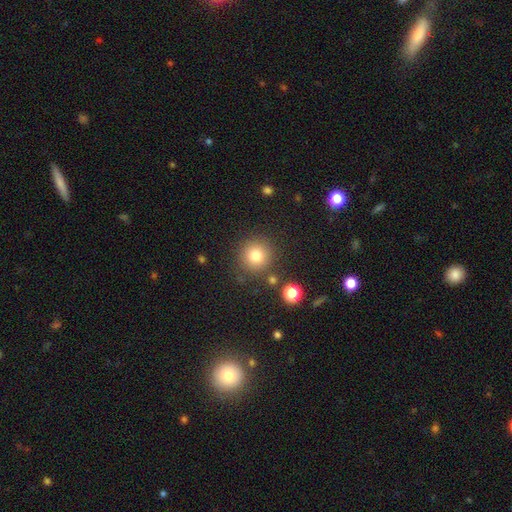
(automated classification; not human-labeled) Smooth or featured: smooth — 80% (star or artifact — 12%)
How rounded: round — 94% (in between — 5%)
Merging: none — 83% (minor disturbance — 8%)